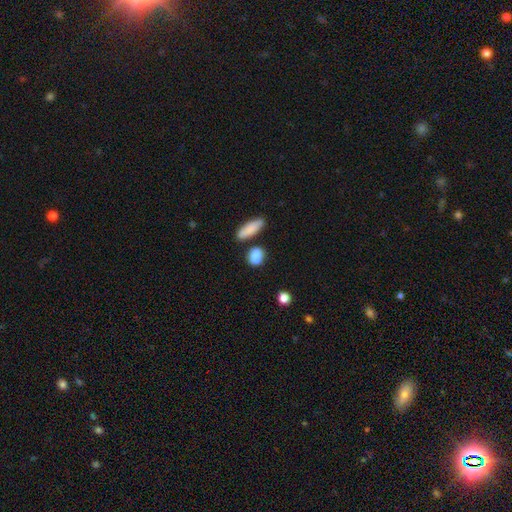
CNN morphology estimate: Smooth or featured?
  - smooth: 85% *
  - star or artifact: 8%
  - featured or disk: 7%
How rounded?
  - in between: 54% *
  - round: 38%
  - cigar-shaped: 8%
Merging?
  - none: 67% *
  - minor disturbance: 16%
  - merger: 13%
  - major disturbance: 4%